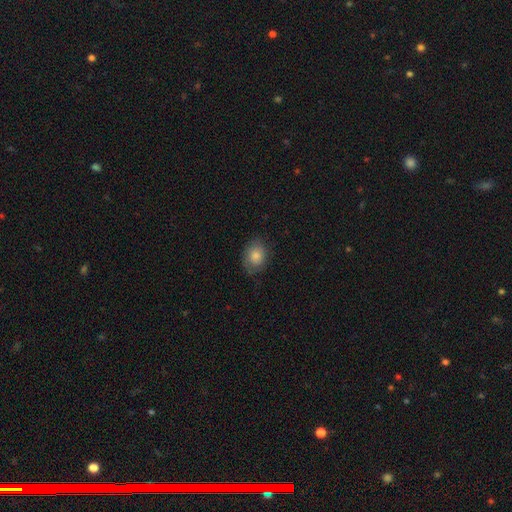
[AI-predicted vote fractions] Smooth or featured: smooth — 81% (featured or disk — 11%)
How rounded: in between — 57% (round — 42%)
Merging: none — 74% (minor disturbance — 20%)